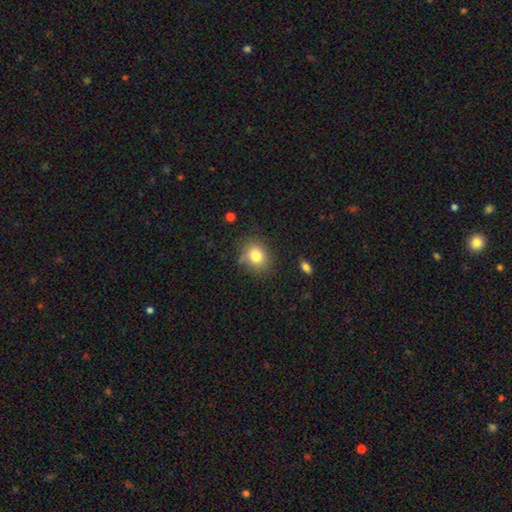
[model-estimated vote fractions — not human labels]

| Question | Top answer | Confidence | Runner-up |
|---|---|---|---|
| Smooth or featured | smooth | 80% | star or artifact (11%) |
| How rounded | round | 63% | in between (36%) |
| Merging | none | 77% | minor disturbance (16%) |